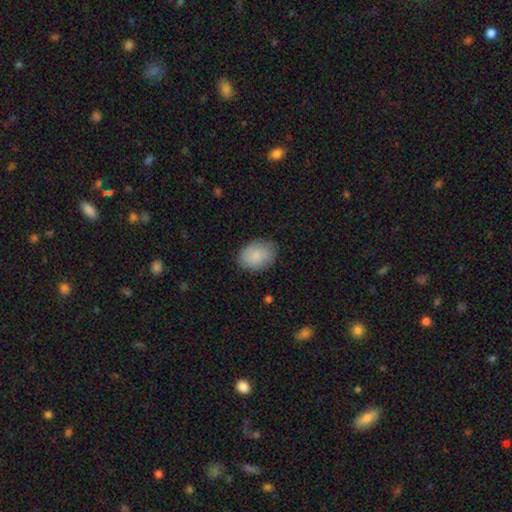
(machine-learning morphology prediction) Smooth or featured: smooth — 86% (featured or disk — 8%)
How rounded: in between — 71% (round — 28%)
Merging: none — 82% (minor disturbance — 14%)